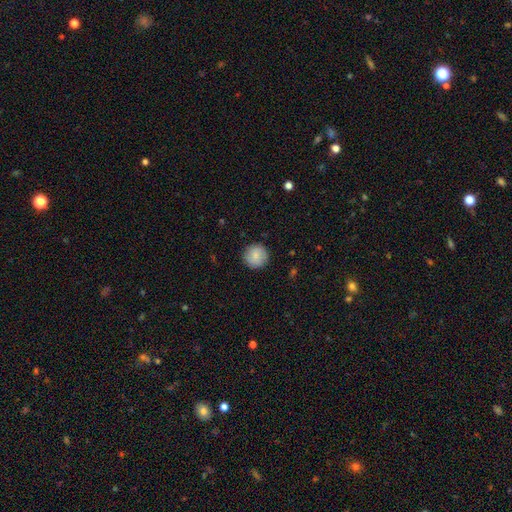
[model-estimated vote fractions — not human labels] The model was most divided on "smooth or featured": smooth: 82%, featured or disk: 11%, star or artifact: 7%. More confident: how rounded — round (95%); merging — none (89%).